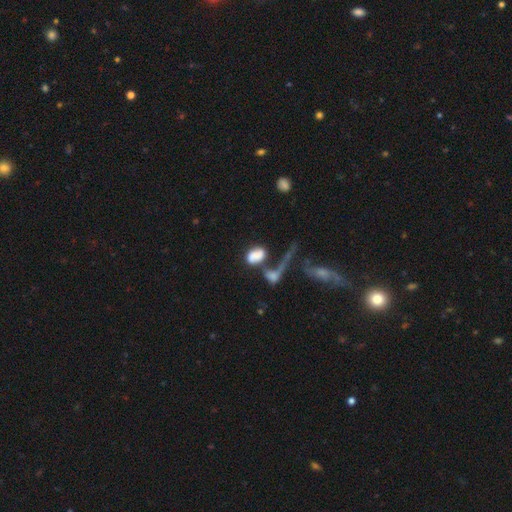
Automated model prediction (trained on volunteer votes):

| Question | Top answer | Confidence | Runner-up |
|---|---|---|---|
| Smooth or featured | smooth | 64% | featured or disk (24%) |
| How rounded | in between | 85% | round (12%) |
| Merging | merger | 50% | major disturbance (22%) |